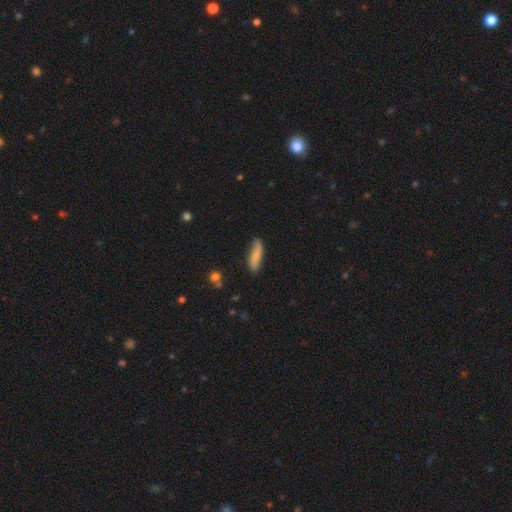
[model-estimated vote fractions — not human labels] Smooth or featured: smooth — 72% (featured or disk — 22%)
How rounded: cigar-shaped — 55% (in between — 42%)
Merging: none — 75% (minor disturbance — 19%)